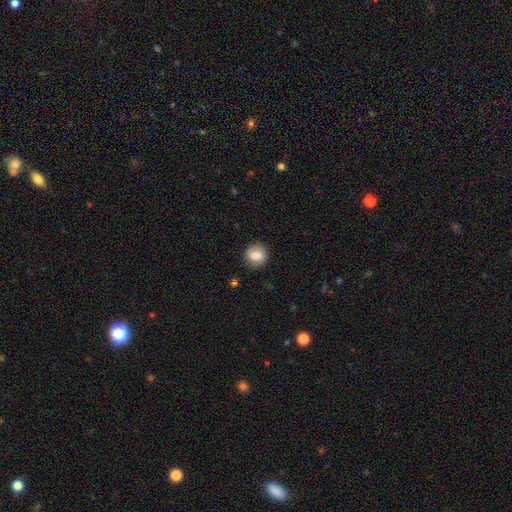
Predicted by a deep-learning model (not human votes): Smooth or featured?
  - smooth: 80% *
  - featured or disk: 12%
  - star or artifact: 8%
How rounded?
  - round: 85% *
  - in between: 14%
  - cigar-shaped: 1%
Merging?
  - none: 85% *
  - minor disturbance: 11%
  - major disturbance: 3%
  - merger: 1%